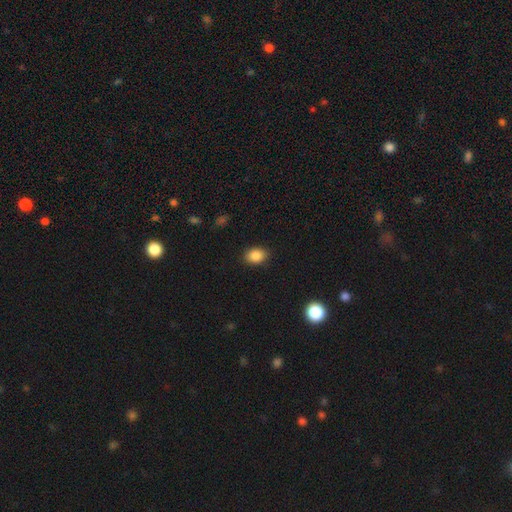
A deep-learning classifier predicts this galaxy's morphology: Smooth or featured?
  - smooth: 87% *
  - star or artifact: 9%
  - featured or disk: 4%
How rounded?
  - in between: 68% *
  - round: 31%
  - cigar-shaped: 1%
Merging?
  - none: 85% *
  - minor disturbance: 11%
  - major disturbance: 3%
  - merger: 1%